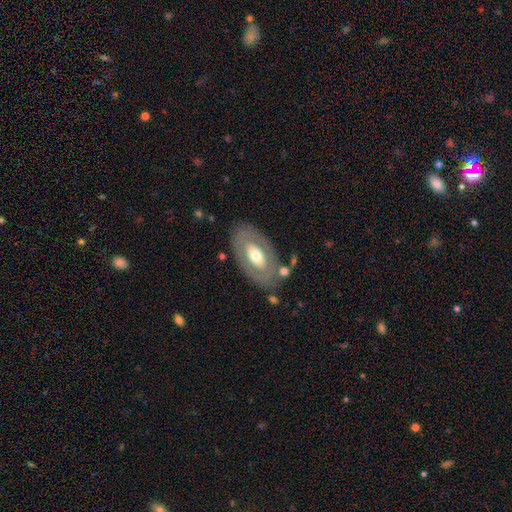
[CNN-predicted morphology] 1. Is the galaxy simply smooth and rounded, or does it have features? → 52% featured or disk, 43% smooth, 5% star or artifact.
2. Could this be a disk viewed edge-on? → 88% no, 12% yes.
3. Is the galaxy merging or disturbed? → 78% none, 13% minor disturbance, 6% major disturbance, 4% merger.